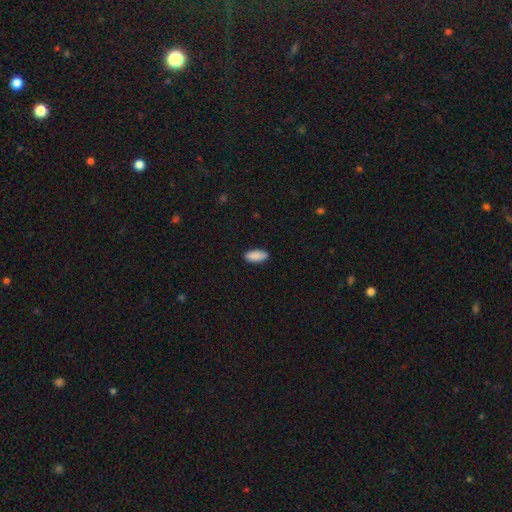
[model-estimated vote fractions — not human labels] Overall: smooth (91%). How rounded: in between (87%). Merging: none (88%).